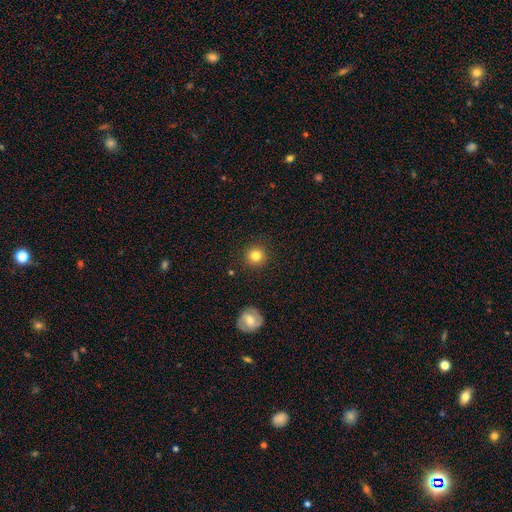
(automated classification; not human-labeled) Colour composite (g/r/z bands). It shows a smooth galaxy with no disk features (82%) that is round (94%). Merging: none (90%).